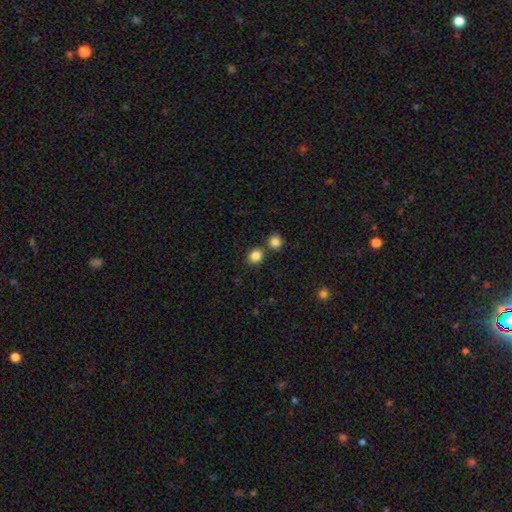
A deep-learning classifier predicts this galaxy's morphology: Smooth or featured? Predicted: smooth (p=0.85). How rounded? Predicted: round (p=0.71). Merging? Predicted: none (p=0.72).